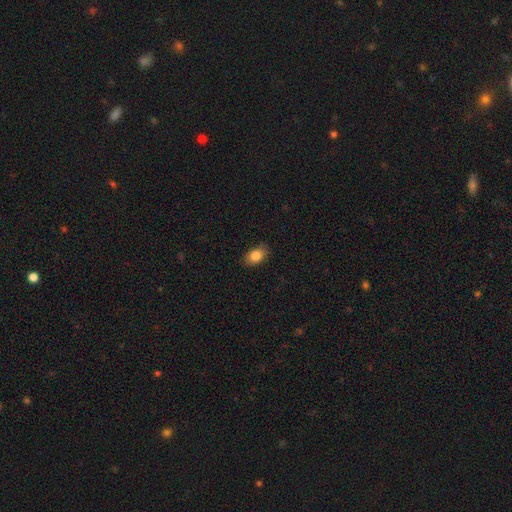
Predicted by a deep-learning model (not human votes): A smooth galaxy with no disk features (82%) that is in between round and cigar-shaped (83%). Merging: none (84%).